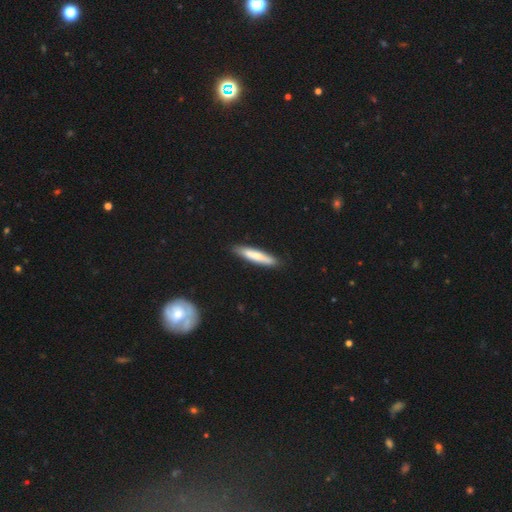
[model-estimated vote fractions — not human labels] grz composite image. It shows a smooth galaxy with no disk features (70%) that is cigar-shaped (87%). Merging: none (87%).